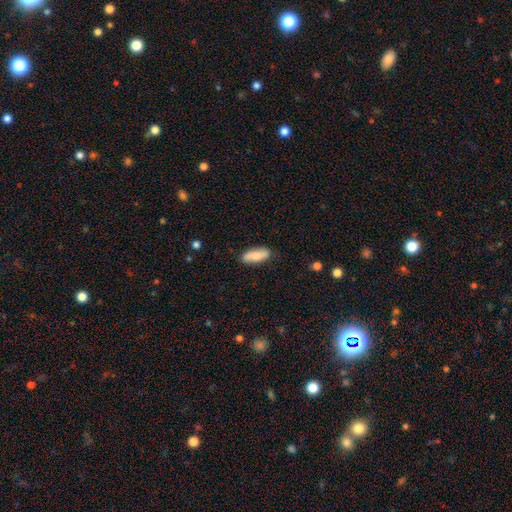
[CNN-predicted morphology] Smooth or featured?
  - smooth: 76% *
  - featured or disk: 18%
  - star or artifact: 6%
How rounded?
  - in between: 72% *
  - cigar-shaped: 26%
  - round: 2%
Merging?
  - none: 84% *
  - minor disturbance: 12%
  - major disturbance: 2%
  - merger: 1%